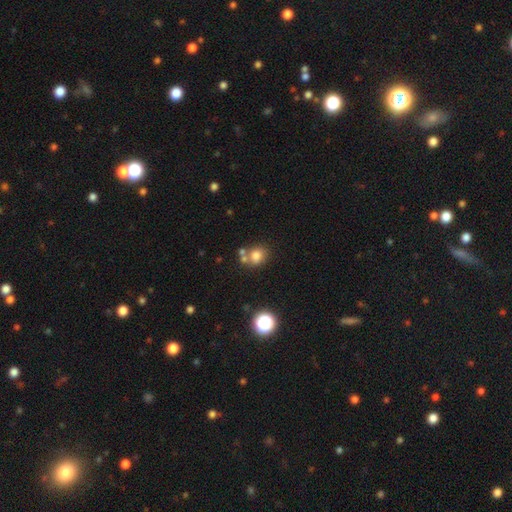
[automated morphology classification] A smooth galaxy with no disk features (75%) that is round (69%).

Vote fractions:
- Smooth or featured? smooth: 75% / star or artifact: 15% / featured or disk: 11%
- How rounded? round: 69% / in between: 30% / cigar-shaped: 1%
- Merging? none: 55% / merger: 29% / minor disturbance: 11% / major disturbance: 5%